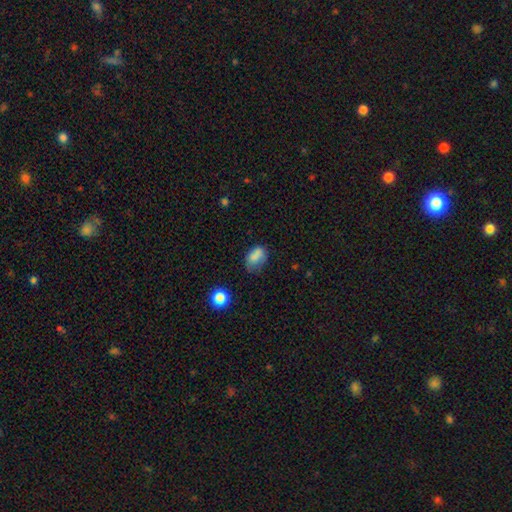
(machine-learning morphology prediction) This is likely a smooth galaxy (77%). How rounded: likely in between (77%). Merging: possibly none (48%).